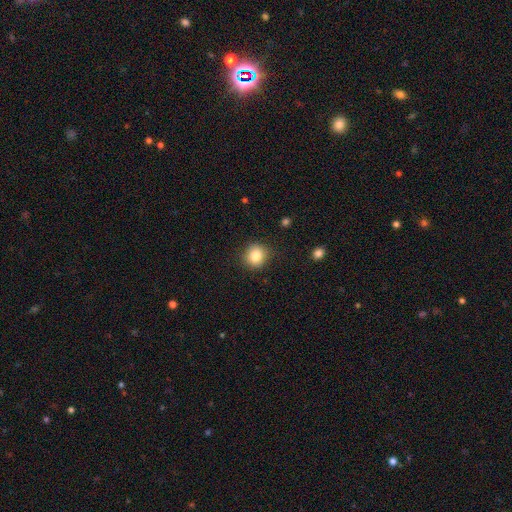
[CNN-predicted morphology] This appears to be a smooth galaxy with no disk features (82%) that is round (89%). Merging: none (87%).